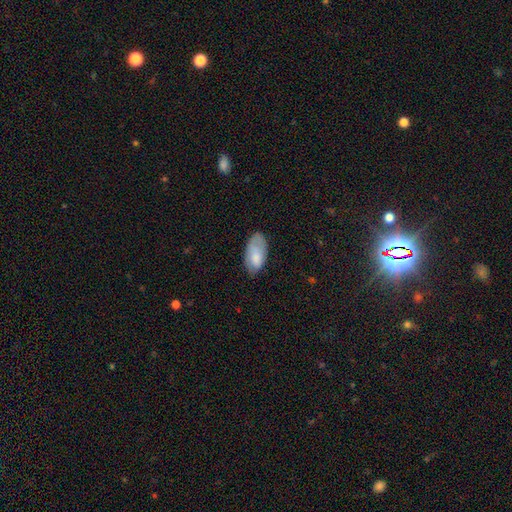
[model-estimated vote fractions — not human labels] Smooth or featured?
  - smooth: 79% *
  - featured or disk: 15%
  - star or artifact: 6%
How rounded?
  - in between: 94% *
  - cigar-shaped: 3%
  - round: 2%
Merging?
  - none: 62% *
  - minor disturbance: 29%
  - major disturbance: 8%
  - merger: 1%